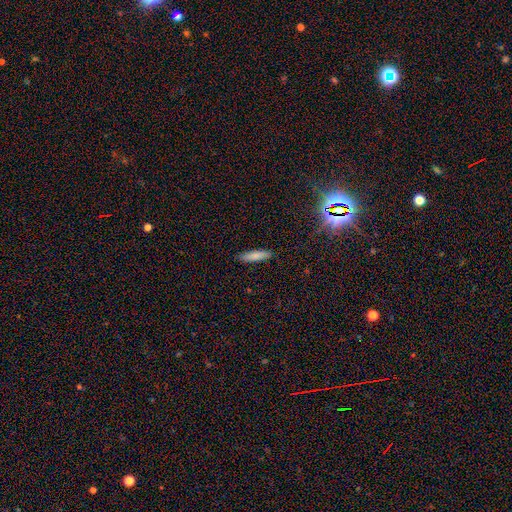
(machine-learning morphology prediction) Q: Smooth or featured?
A: smooth (81%); runner-up: featured or disk (12%)
Q: How rounded?
A: cigar-shaped (79%); runner-up: in between (20%)
Q: Merging?
A: none (90%); runner-up: minor disturbance (8%)